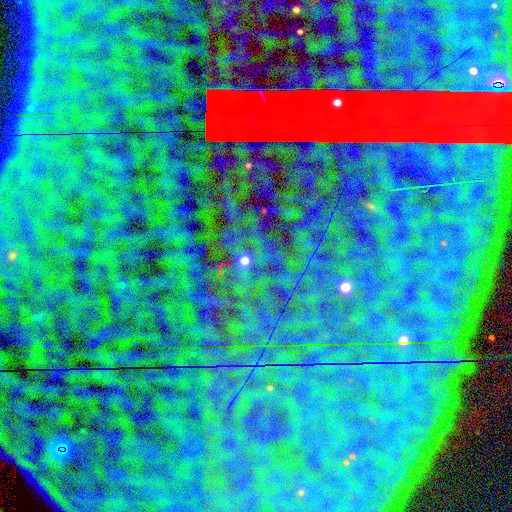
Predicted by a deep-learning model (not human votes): Smooth or featured? star or artifact (86%)